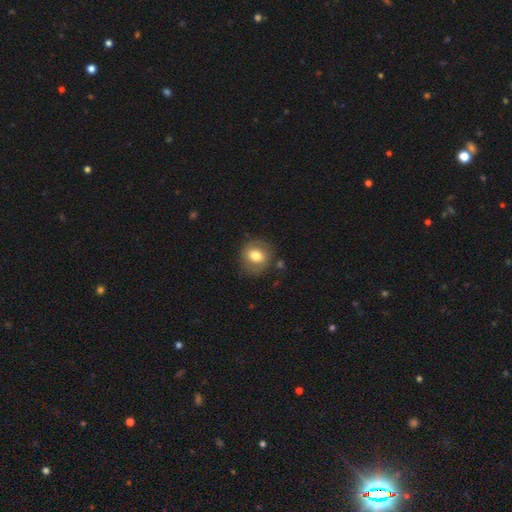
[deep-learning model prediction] Morphology: type=smooth (71%); roundness=round (68%); merging=none (79%).